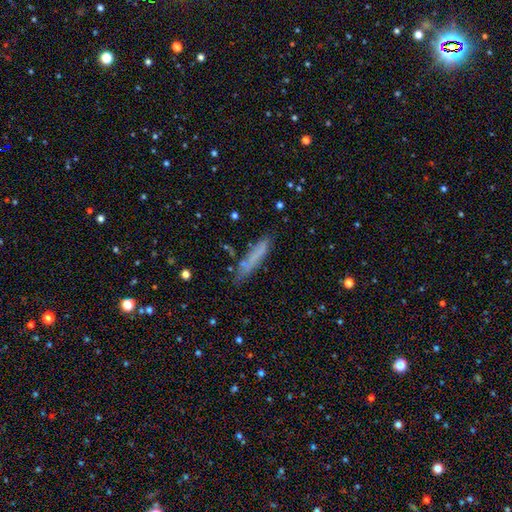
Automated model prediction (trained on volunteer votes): A smooth galaxy with no disk features (70%) that is cigar-shaped (89%). Merging: none (74%).